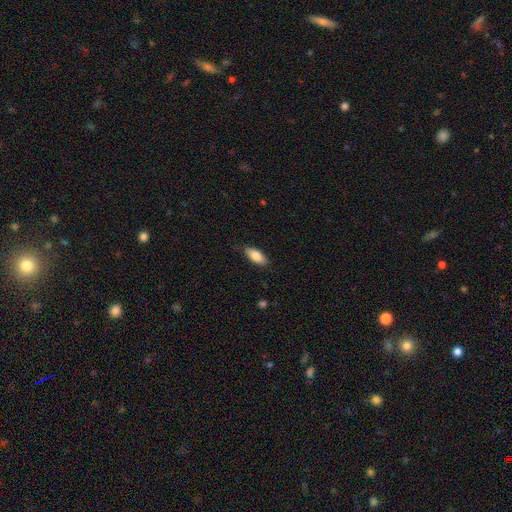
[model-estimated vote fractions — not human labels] smooth-or-featured: smooth: 83% | featured or disk: 11% | star or artifact: 6%
  how-rounded: in between: 82% | cigar-shaped: 16% | round: 2%
  merging: none: 80% | minor disturbance: 16% | major disturbance: 3% | merger: 1%